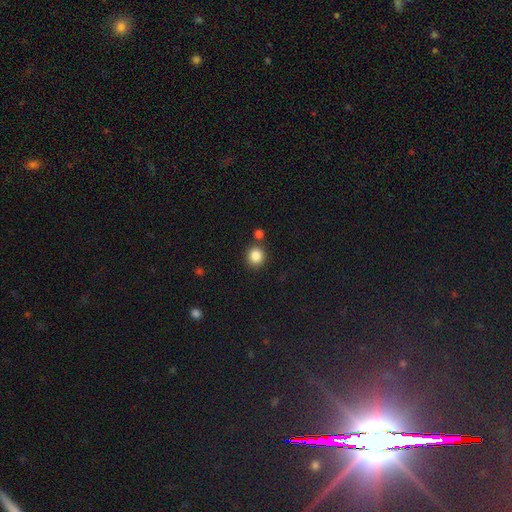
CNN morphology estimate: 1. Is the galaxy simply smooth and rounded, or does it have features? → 86% smooth, 10% star or artifact, 4% featured or disk.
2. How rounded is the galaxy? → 91% round, 9% in between, 1% cigar-shaped.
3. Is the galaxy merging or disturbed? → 80% none, 9% merger, 8% minor disturbance, 3% major disturbance.